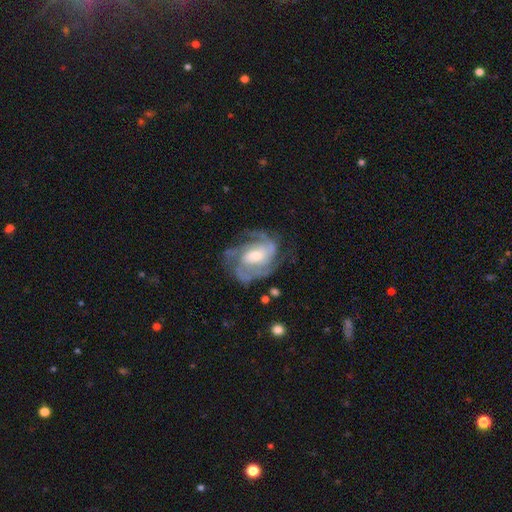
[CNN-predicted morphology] A featured or disk galaxy (90%) with a weak bar (44%), 3 (38%) tight (48%) spiral arms (97%) and a moderate central bulge (58%). Merging: none (69%).